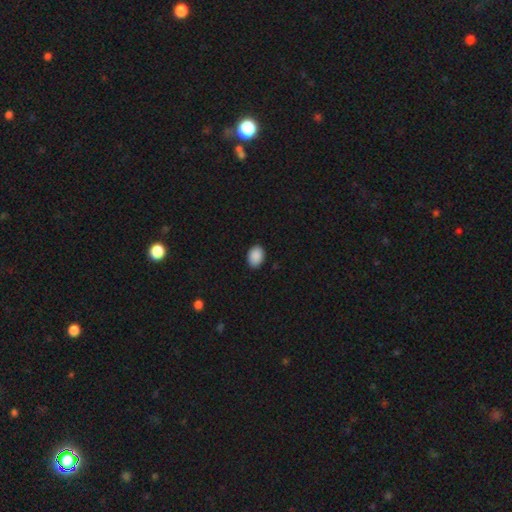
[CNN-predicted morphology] smooth_or_featured: smooth (p=0.90) [alt: star or artifact p=0.07]
how_rounded: in between (p=0.81) [alt: round p=0.18]
merging: none (p=0.89) [alt: minor disturbance p=0.09]